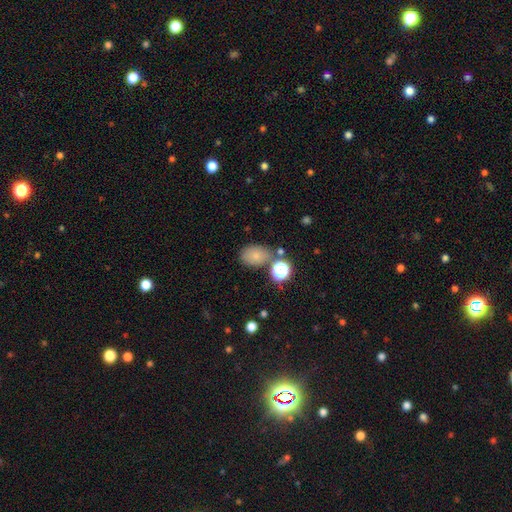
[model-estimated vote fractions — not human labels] Smooth or featured?
  - smooth: 74% *
  - star or artifact: 15%
  - featured or disk: 10%
How rounded?
  - in between: 74% *
  - round: 25%
  - cigar-shaped: 1%
Merging?
  - none: 69% *
  - minor disturbance: 15%
  - merger: 11%
  - major disturbance: 5%